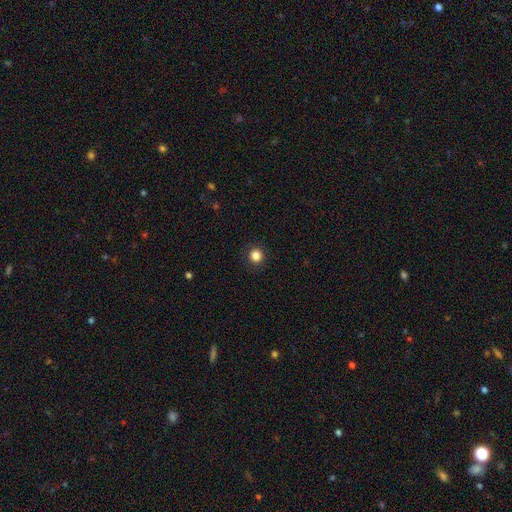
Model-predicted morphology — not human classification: Smooth or featured? smooth (85%)
How rounded? round (94%)
Merging? none (92%)